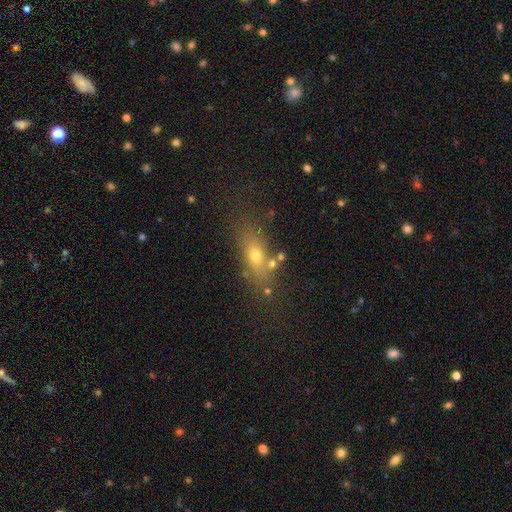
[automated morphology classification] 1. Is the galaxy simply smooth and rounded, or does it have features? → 61% smooth, 24% featured or disk, 15% star or artifact.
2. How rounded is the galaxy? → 63% in between, 24% cigar-shaped, 13% round.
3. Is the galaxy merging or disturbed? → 66% none, 15% minor disturbance, 10% merger, 8% major disturbance.